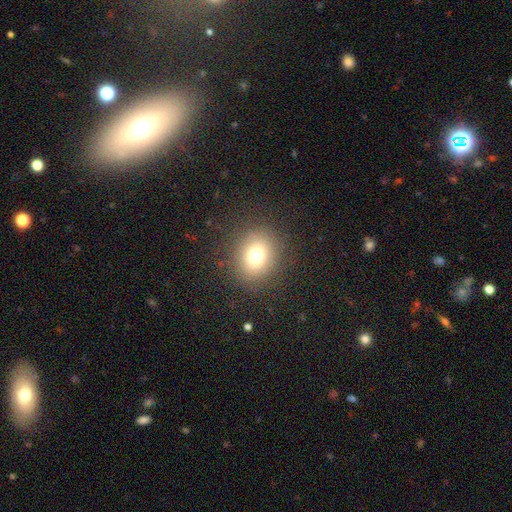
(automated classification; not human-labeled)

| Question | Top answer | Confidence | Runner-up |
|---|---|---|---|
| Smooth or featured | smooth | 74% | star or artifact (15%) |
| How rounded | round | 68% | in between (31%) |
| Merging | none | 86% | minor disturbance (8%) |